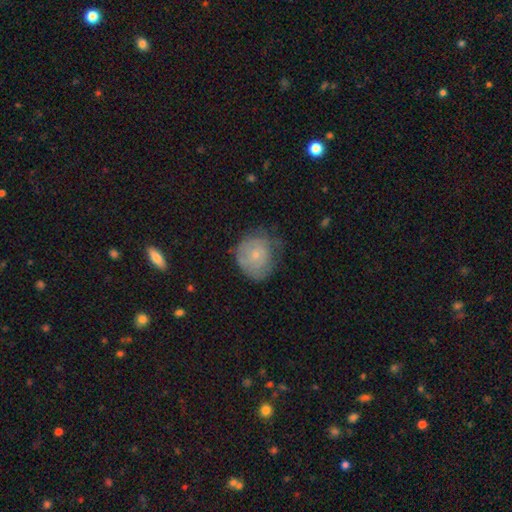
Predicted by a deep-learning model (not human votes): smooth-or-featured: smooth: 51% | featured or disk: 41% | star or artifact: 8%
  how-rounded: round: 79% | in between: 20% | cigar-shaped: 1%
  merging: none: 51% | minor disturbance: 32% | major disturbance: 15% | merger: 2%